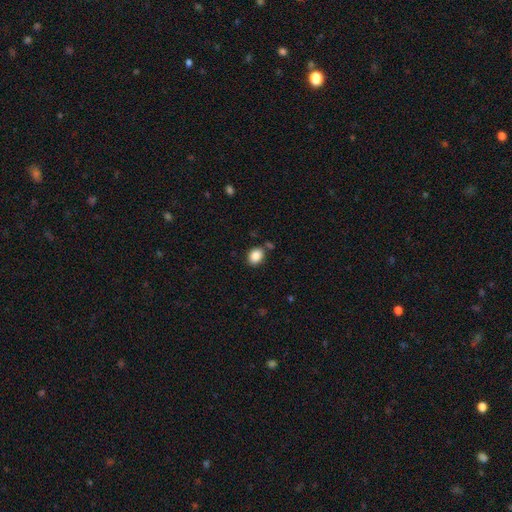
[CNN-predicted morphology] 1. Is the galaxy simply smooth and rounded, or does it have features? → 88% smooth, 8% star or artifact, 4% featured or disk.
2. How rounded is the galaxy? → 63% in between, 36% round, 1% cigar-shaped.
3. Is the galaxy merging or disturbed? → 78% none, 12% minor disturbance, 6% merger, 3% major disturbance.